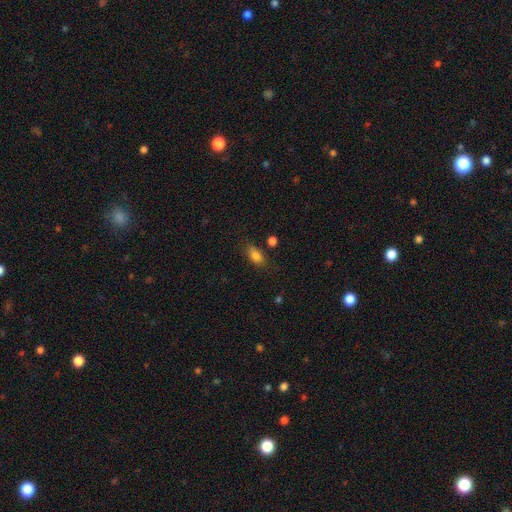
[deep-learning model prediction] The model was most divided on "merging": none: 74%, minor disturbance: 17%, major disturbance: 5%, merger: 4%. More confident: how rounded — in between (84%); smooth or featured — smooth (82%).